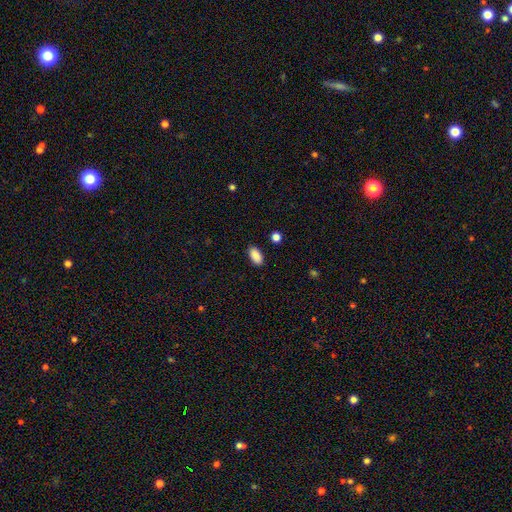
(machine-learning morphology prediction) Smooth or featured? Predicted: smooth (p=0.89). How rounded? Predicted: in between (p=0.93). Merging? Predicted: none (p=0.88).